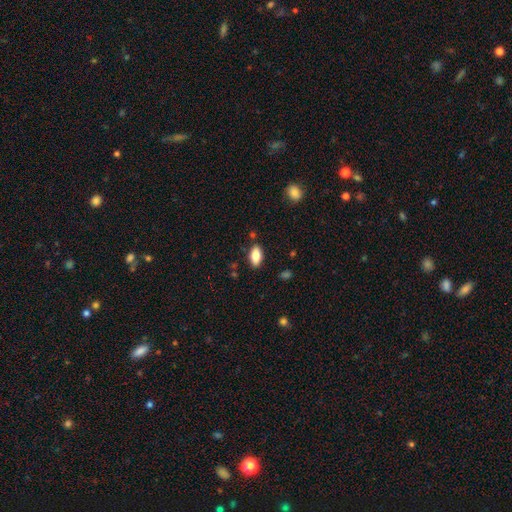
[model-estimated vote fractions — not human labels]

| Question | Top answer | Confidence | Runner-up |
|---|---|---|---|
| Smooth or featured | smooth | 80% | featured or disk (12%) |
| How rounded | in between | 90% | cigar-shaped (6%) |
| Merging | none | 85% | minor disturbance (11%) |